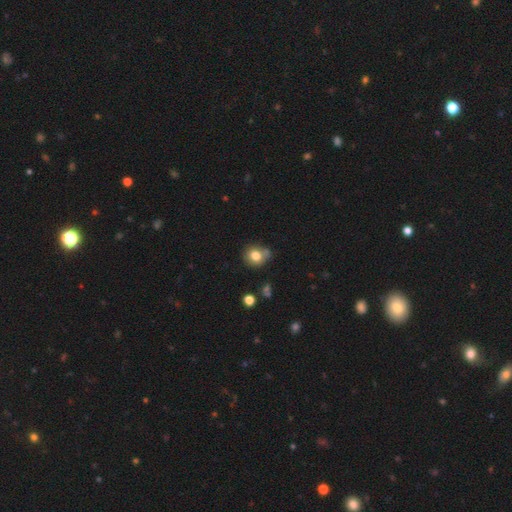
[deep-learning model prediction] A smooth galaxy with no disk features (79%) that is round (73%).

Vote fractions:
- Smooth or featured? smooth: 79% / star or artifact: 11% / featured or disk: 10%
- How rounded? round: 73% / in between: 26% / cigar-shaped: 1%
- Merging? none: 64% / minor disturbance: 22% / merger: 10% / major disturbance: 5%